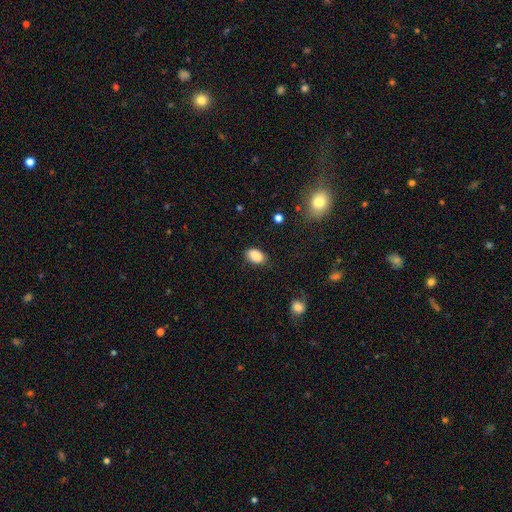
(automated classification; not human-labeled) A smooth galaxy with no disk features (88%) that is in between round and cigar-shaped (89%). Merging: none (81%).